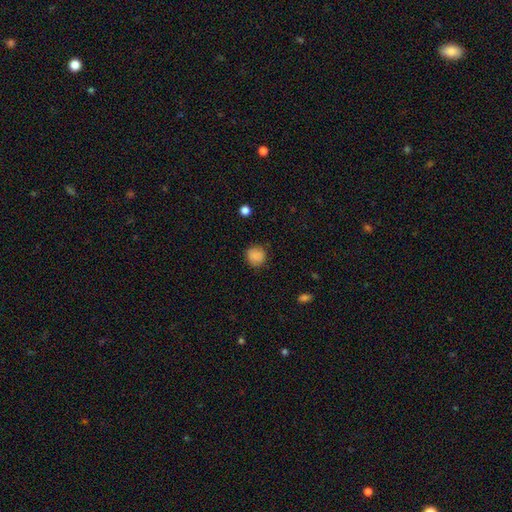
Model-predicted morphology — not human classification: smooth 86%, star or artifact 10%, featured or disk 4%. Down the decision tree: how rounded — round (88%); merging — none (82%).